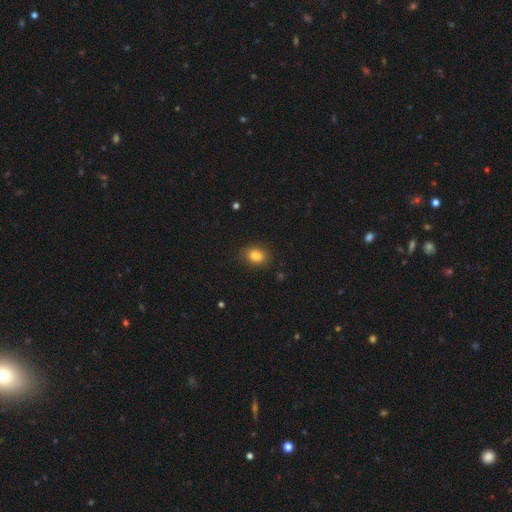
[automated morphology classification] Smooth or featured?
  - smooth: 85% *
  - star or artifact: 10%
  - featured or disk: 5%
How rounded?
  - in between: 56% *
  - round: 43%
  - cigar-shaped: 1%
Merging?
  - none: 87% *
  - minor disturbance: 9%
  - major disturbance: 3%
  - merger: 1%